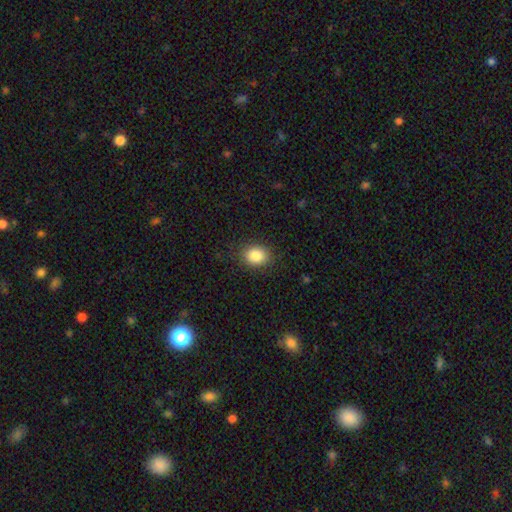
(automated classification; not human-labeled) This appears to be a smooth galaxy with no disk features (86%) that is round (51%). Merging: none (86%).